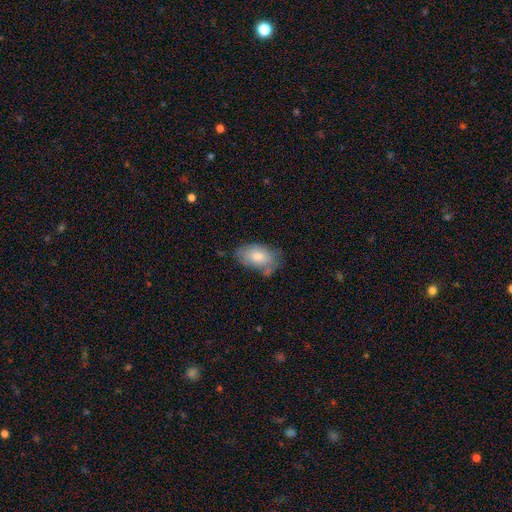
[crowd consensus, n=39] This appears to be a smooth galaxy with no disk features (77%) that is in between round and cigar-shaped (90%). Merging: none (72%).